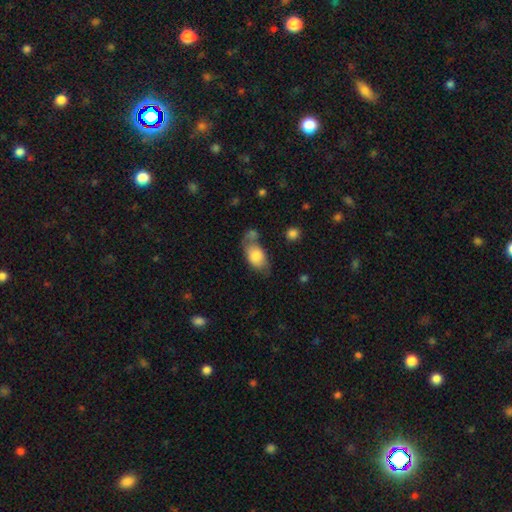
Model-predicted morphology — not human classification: type=smooth (78%); roundness=in between (91%); merging=none (47%).